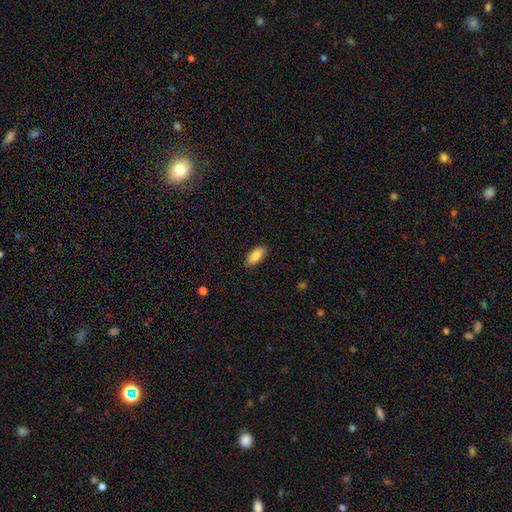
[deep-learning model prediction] Q: Smooth or featured?
A: smooth (89%); runner-up: star or artifact (6%)
Q: How rounded?
A: in between (83%); runner-up: cigar-shaped (15%)
Q: Merging?
A: none (88%); runner-up: minor disturbance (9%)